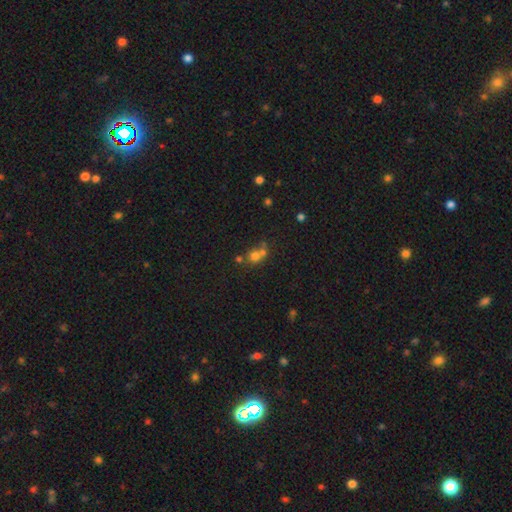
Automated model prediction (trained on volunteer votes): Q: Smooth or featured?
A: smooth (64%); runner-up: star or artifact (21%)
Q: How rounded?
A: round (80%); runner-up: in between (19%)
Q: Merging?
A: merger (46%); runner-up: none (42%)